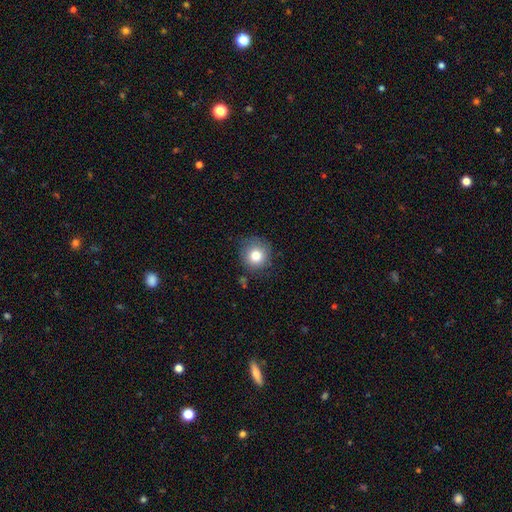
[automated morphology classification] type=smooth (80%); roundness=round (93%); merging=none (80%).